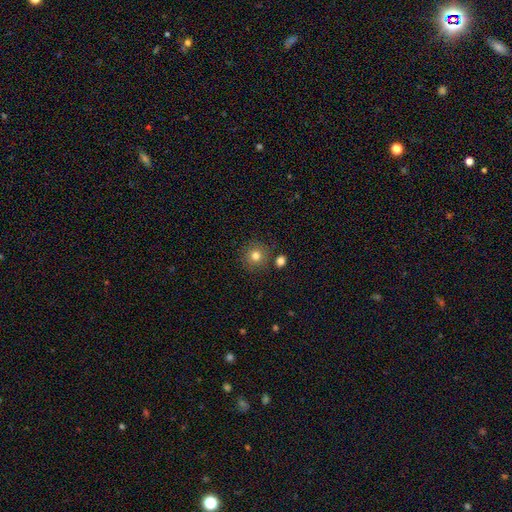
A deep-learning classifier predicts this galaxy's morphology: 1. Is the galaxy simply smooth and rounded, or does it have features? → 80% smooth, 12% star or artifact, 9% featured or disk.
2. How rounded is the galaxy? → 92% round, 7% in between, 1% cigar-shaped.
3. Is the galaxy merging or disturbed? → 83% none, 9% minor disturbance, 5% merger, 3% major disturbance.